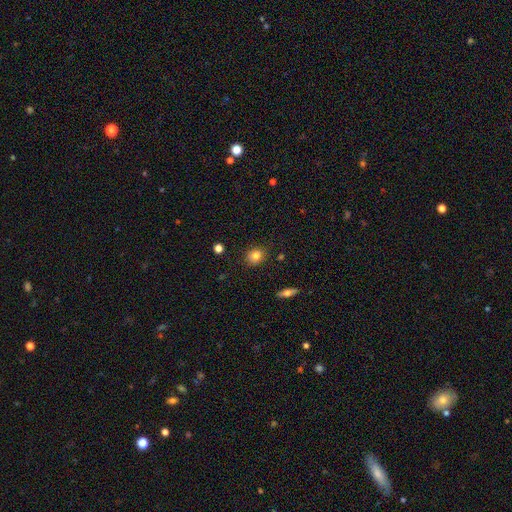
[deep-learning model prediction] The model was most divided on "how rounded": round: 72%, in between: 27%, cigar-shaped: 1%. More confident: merging — none (85%); smooth or featured — smooth (80%).